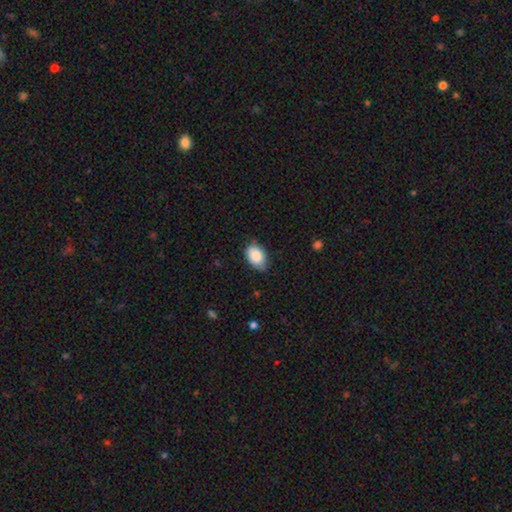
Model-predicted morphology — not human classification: Smooth or featured? smooth (88%)
How rounded? in between (89%)
Merging? none (76%)